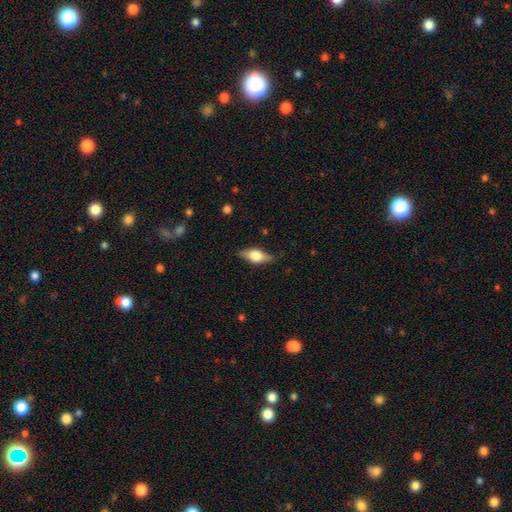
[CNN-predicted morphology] Overall: smooth (50%; featured or disk 43%). Merging: none (79%).